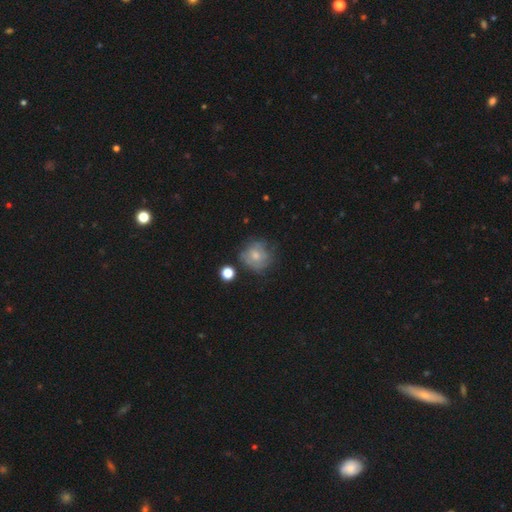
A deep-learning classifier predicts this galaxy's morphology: Smooth or featured?
  - smooth: 56% *
  - featured or disk: 34%
  - star or artifact: 10%
How rounded?
  - round: 83% *
  - in between: 16%
  - cigar-shaped: 1%
Merging?
  - none: 59% *
  - minor disturbance: 24%
  - major disturbance: 12%
  - merger: 5%